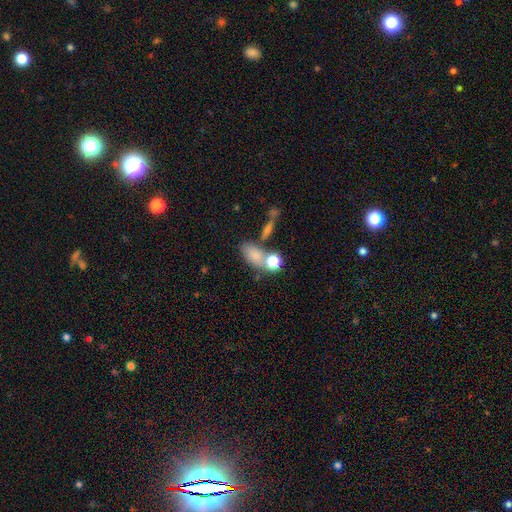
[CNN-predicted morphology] Smooth or featured: smooth — 76% (featured or disk — 13%)
How rounded: in between — 74% (round — 20%)
Merging: none — 42% (merger — 38%)